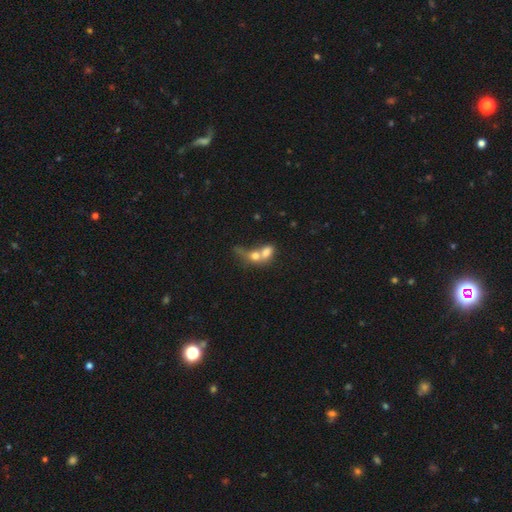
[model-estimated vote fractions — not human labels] Smooth or featured: smooth — 59% (featured or disk — 28%)
How rounded: round — 47% (in between — 46%)
Merging: merger — 74% (none — 14%)